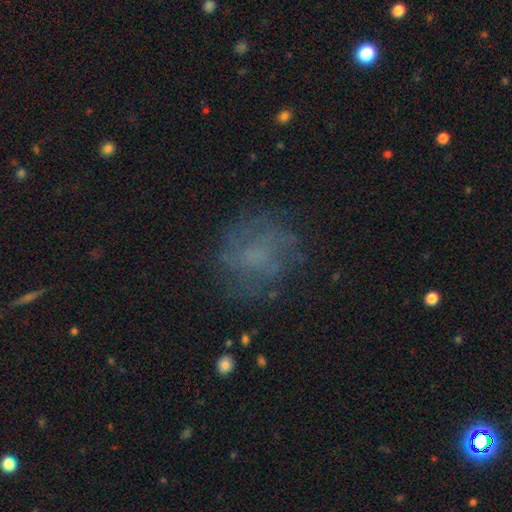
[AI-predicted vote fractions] The model was most divided on "smooth or featured": featured or disk: 44%, smooth: 37%, star or artifact: 18%. More confident: merging — none (72%).